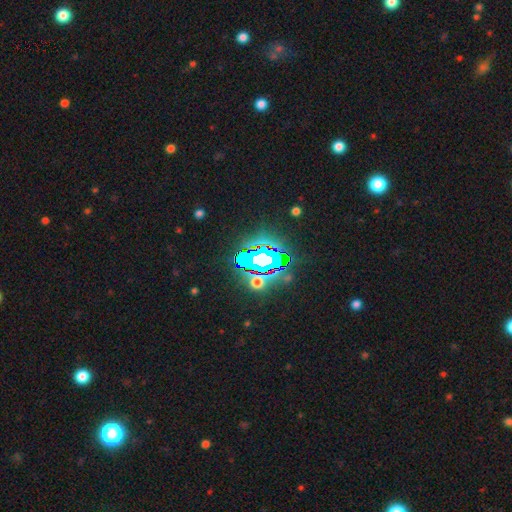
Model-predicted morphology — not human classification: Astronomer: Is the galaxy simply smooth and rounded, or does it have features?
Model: star or artifact — 72%.